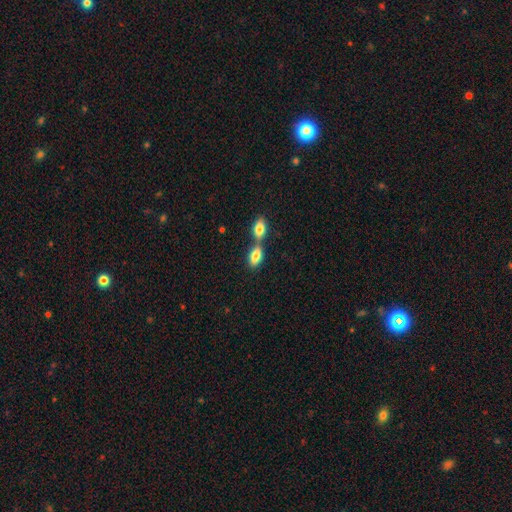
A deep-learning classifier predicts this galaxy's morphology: Smooth or featured: smooth — 81% (featured or disk — 12%)
How rounded: in between — 88% (cigar-shaped — 6%)
Merging: merger — 58% (none — 31%)